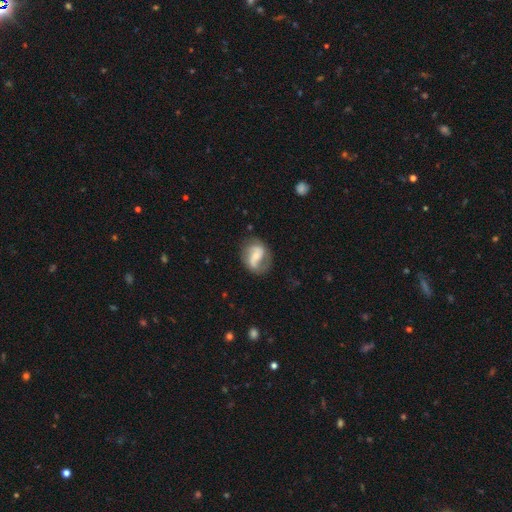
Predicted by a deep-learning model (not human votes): The model was most divided on "spiral winding": medium: 44%, loose: 37%, tight: 19%. Remaining: edge-on disk — no (97%); spiral arms — yes (91%); spiral arm count — 2 (83%); smooth or featured — featured or disk (76%); merging — none (68%); bulge size — small (51%); bar — weak (42%).